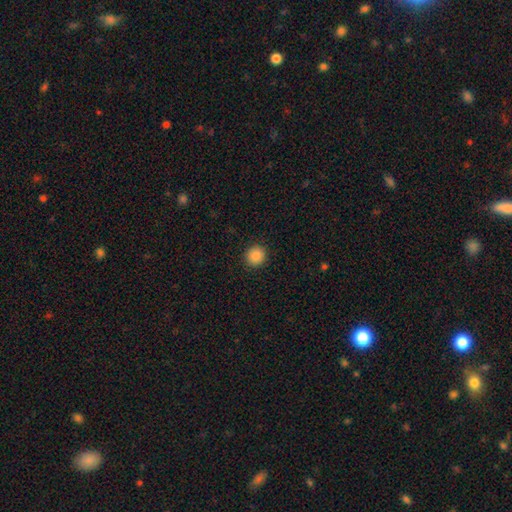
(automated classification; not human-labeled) This appears to be a smooth galaxy with no disk features (88%) that is round (92%). Merging: none (92%).